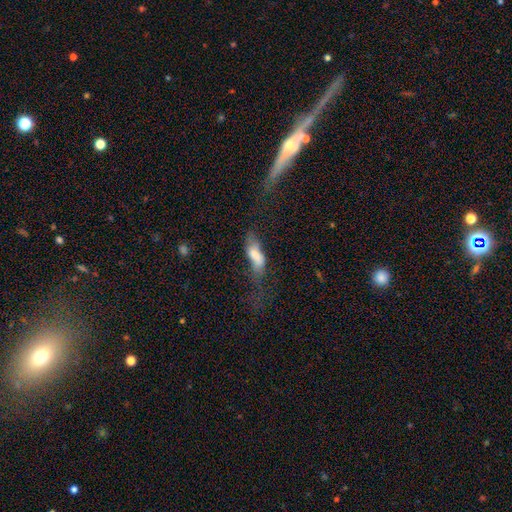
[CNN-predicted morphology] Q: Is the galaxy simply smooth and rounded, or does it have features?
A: smooth — 66%.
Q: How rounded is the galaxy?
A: in between — 69%.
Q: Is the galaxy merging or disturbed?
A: major disturbance — 43%.